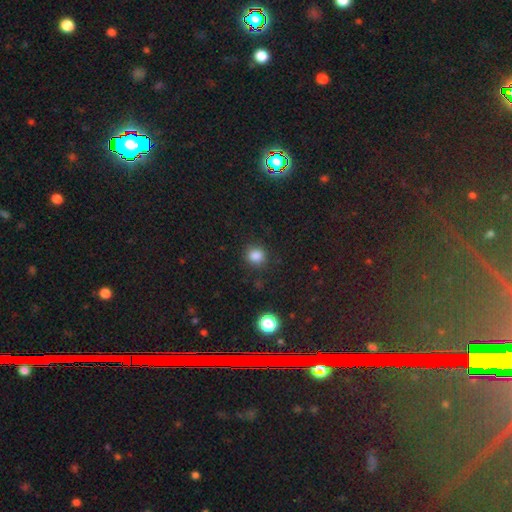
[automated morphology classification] Smooth or featured?
  - smooth: 84% *
  - star or artifact: 12%
  - featured or disk: 4%
How rounded?
  - round: 81% *
  - in between: 18%
  - cigar-shaped: 1%
Merging?
  - none: 86% *
  - minor disturbance: 9%
  - major disturbance: 3%
  - merger: 2%